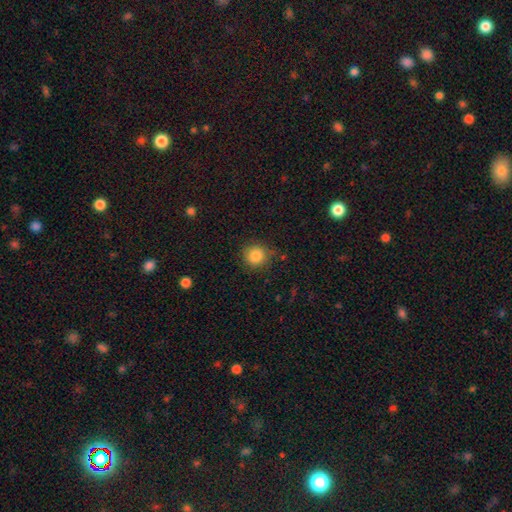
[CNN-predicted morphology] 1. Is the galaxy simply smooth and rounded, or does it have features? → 85% smooth, 10% star or artifact, 5% featured or disk.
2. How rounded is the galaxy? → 92% round, 7% in between, 1% cigar-shaped.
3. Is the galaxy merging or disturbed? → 83% none, 12% minor disturbance, 3% major disturbance, 2% merger.